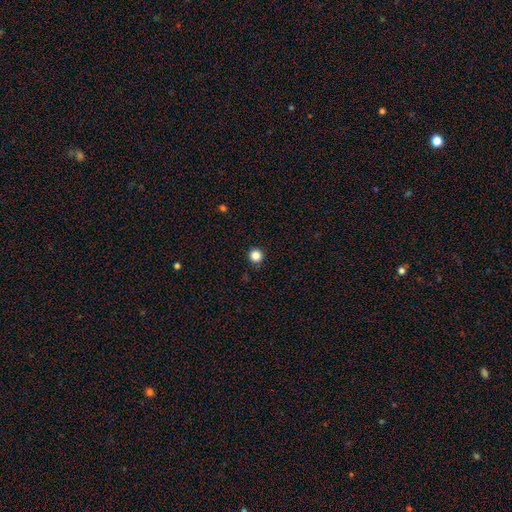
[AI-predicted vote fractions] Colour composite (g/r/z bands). It shows a smooth galaxy with no disk features (85%) that is round (96%). Merging: none (93%).